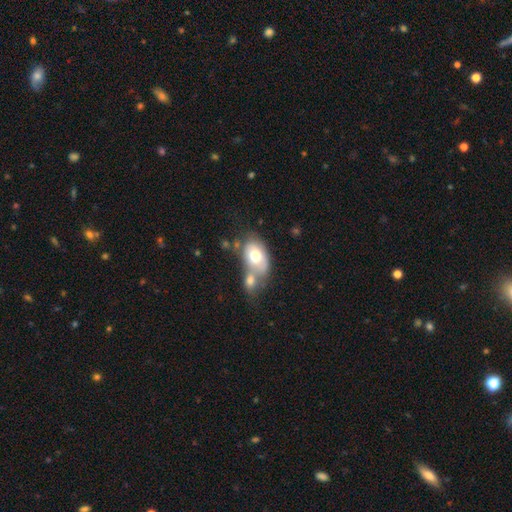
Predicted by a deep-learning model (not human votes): Q: Smooth or featured?
A: smooth (68%); runner-up: featured or disk (25%)
Q: How rounded?
A: in between (84%); runner-up: round (15%)
Q: Merging?
A: merger (56%); runner-up: none (24%)